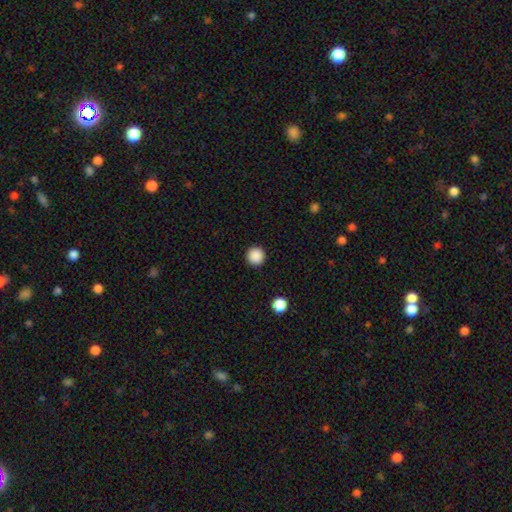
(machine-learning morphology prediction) smooth_or_featured: smooth (p=0.88) [alt: star or artifact p=0.10]
how_rounded: round (p=0.96) [alt: in between p=0.03]
merging: none (p=0.93) [alt: minor disturbance p=0.04]